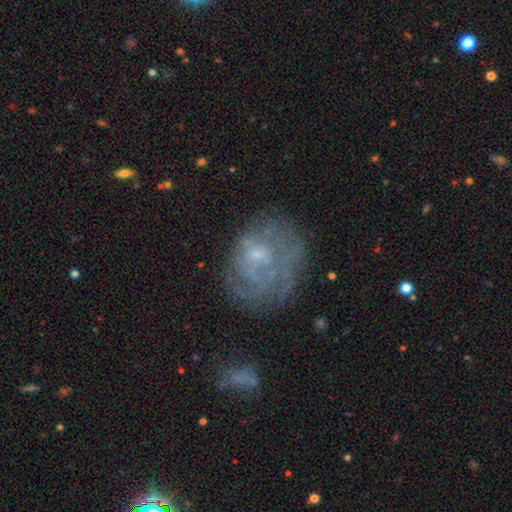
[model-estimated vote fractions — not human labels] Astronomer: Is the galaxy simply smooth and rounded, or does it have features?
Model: featured or disk — 65%.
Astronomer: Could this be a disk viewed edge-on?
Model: no — 97%.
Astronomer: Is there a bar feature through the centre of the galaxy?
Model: no — 70%.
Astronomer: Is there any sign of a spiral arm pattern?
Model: yes — 58% (runner-up: no, 42%).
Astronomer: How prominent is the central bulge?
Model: small — 57%.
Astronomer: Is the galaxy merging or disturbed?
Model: none — 53%.